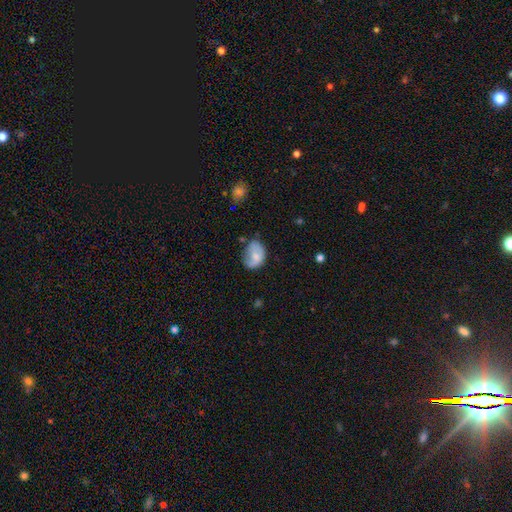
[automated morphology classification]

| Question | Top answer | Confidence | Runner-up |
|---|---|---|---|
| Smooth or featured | smooth | 65% | featured or disk (27%) |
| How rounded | in between | 73% | round (26%) |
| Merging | none | 41% | minor disturbance (37%) |